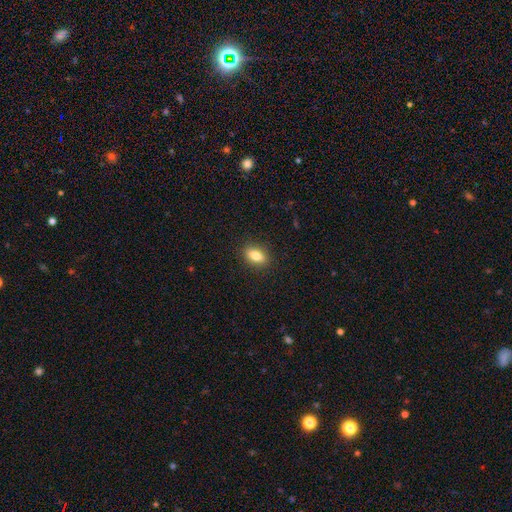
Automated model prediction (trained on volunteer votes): smooth-or-featured: smooth: 81% | featured or disk: 11% | star or artifact: 8%
  how-rounded: in between: 82% | round: 11% | cigar-shaped: 7%
  merging: none: 89% | minor disturbance: 8% | major disturbance: 2% | merger: 1%